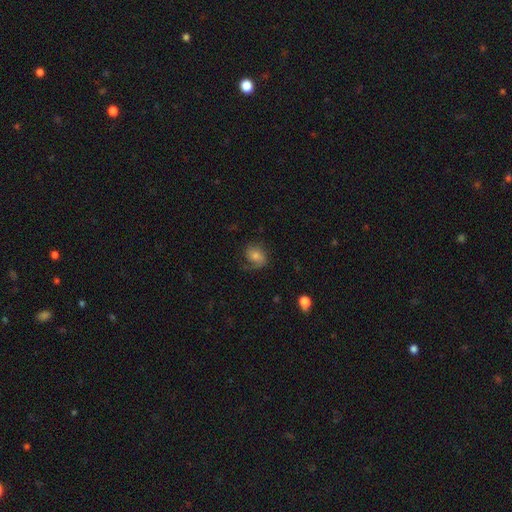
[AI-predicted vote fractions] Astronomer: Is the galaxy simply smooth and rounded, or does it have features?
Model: featured or disk — 48% (runner-up: smooth, 42%).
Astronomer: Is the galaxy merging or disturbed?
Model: none — 56%.